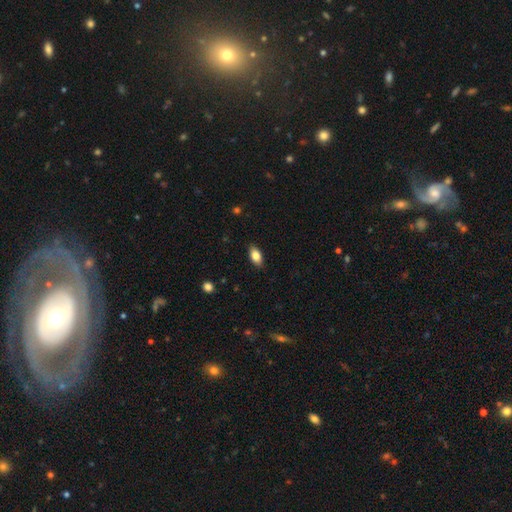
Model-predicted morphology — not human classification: Smooth or featured? smooth (80%)
How rounded? in between (89%)
Merging? none (87%)